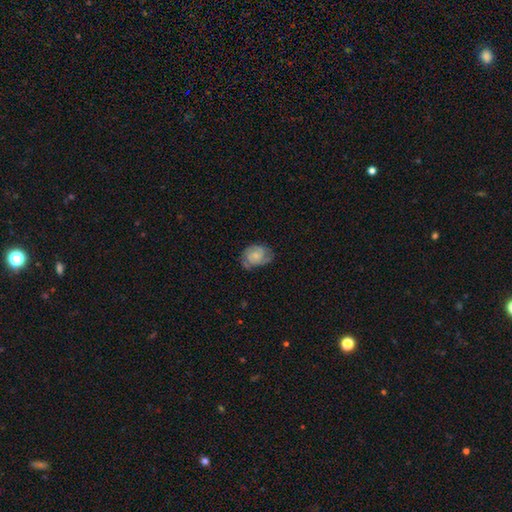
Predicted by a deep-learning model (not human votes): Smooth or featured: featured or disk — 53% (smooth — 39%)
Edge-on disk: no — 97% (yes — 3%)
Bar: no — 70% (weak — 26%)
Spiral arms: yes — 85% (no — 15%)
Bulge size: small — 53% (moderate — 27%)
Merging: none — 56% (minor disturbance — 30%)